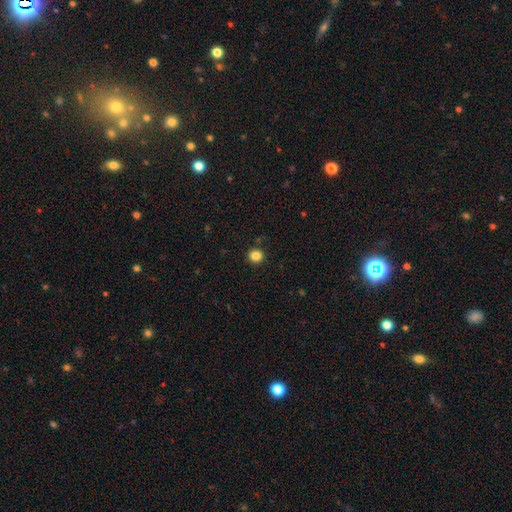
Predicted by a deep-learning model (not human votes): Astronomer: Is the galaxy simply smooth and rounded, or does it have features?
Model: smooth — 84%.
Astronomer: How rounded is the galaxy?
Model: round — 92%.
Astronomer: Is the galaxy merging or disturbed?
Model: none — 92%.